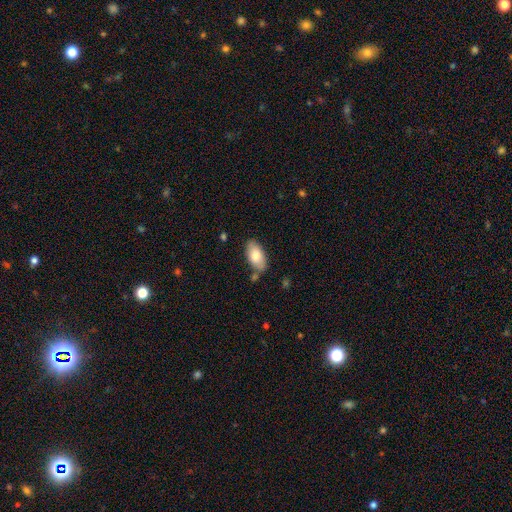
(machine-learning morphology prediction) Smooth or featured? smooth (80%)
How rounded? in between (93%)
Merging? none (75%)